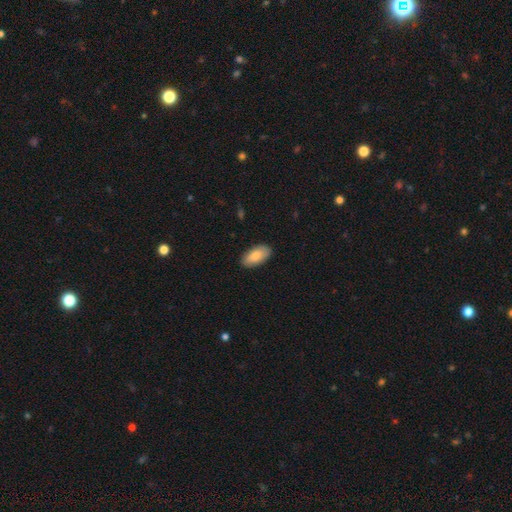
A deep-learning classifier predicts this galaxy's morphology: This is clearly a smooth galaxy (83%). How rounded: clearly in between (94%). Merging: clearly none (87%).